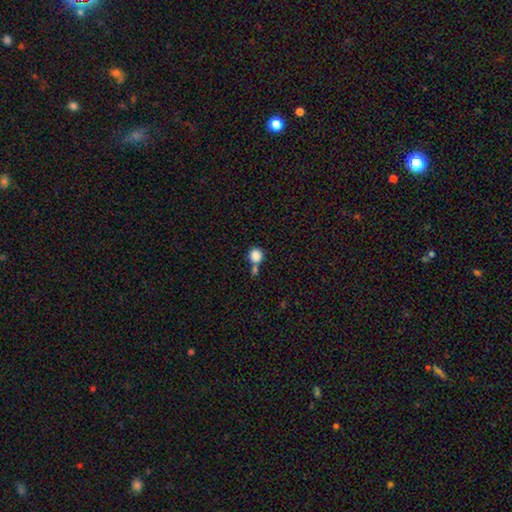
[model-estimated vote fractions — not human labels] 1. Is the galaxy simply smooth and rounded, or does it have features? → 86% smooth, 9% star or artifact, 5% featured or disk.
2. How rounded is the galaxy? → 88% round, 11% in between, 1% cigar-shaped.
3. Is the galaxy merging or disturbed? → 53% none, 33% merger, 10% minor disturbance, 4% major disturbance.